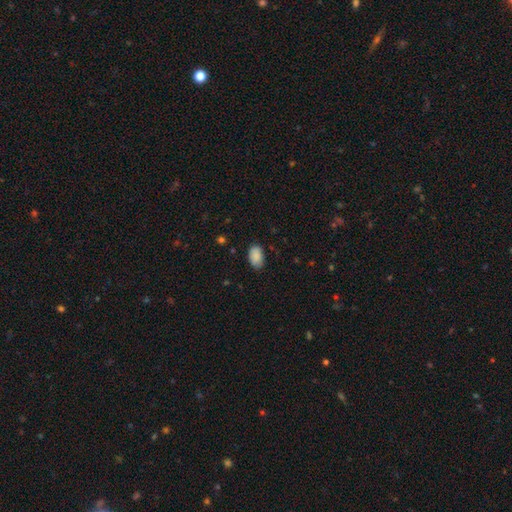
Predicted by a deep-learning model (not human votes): smooth 89%, star or artifact 7%, featured or disk 4%. Down the decision tree: how rounded — in between (92%); merging — none (80%).